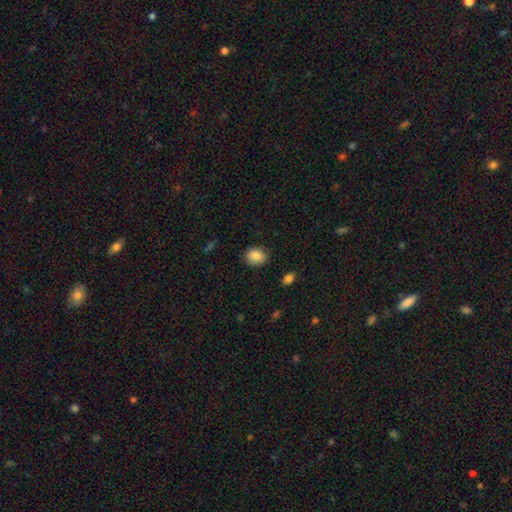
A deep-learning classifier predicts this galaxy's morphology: This is clearly a smooth galaxy (86%). How rounded: possibly round (58%). Merging: clearly none (83%).